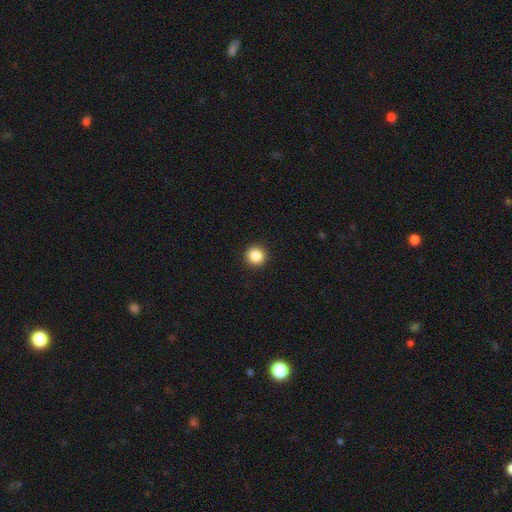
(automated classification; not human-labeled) Smooth or featured?
  - smooth: 87% *
  - star or artifact: 10%
  - featured or disk: 4%
How rounded?
  - round: 95% *
  - in between: 4%
  - cigar-shaped: 1%
Merging?
  - none: 93% *
  - minor disturbance: 4%
  - major disturbance: 1%
  - merger: 1%